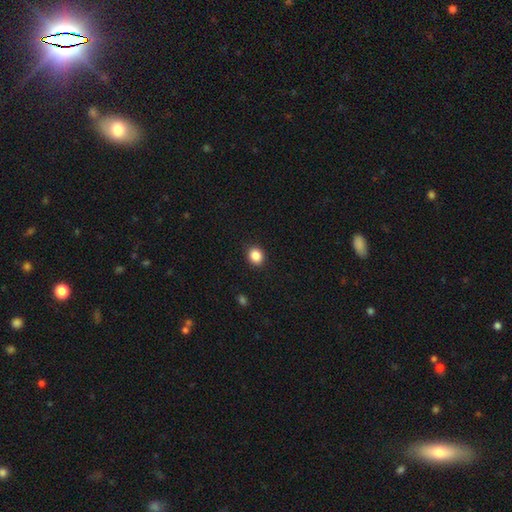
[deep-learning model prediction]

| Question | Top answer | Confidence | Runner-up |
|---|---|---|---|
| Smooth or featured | smooth | 87% | star or artifact (10%) |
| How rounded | round | 67% | in between (32%) |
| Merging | none | 91% | minor disturbance (6%) |